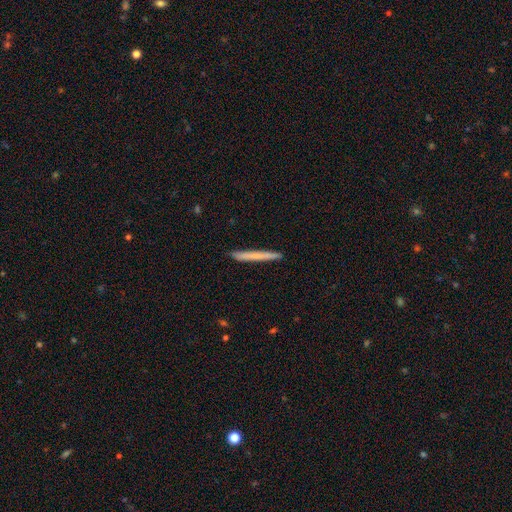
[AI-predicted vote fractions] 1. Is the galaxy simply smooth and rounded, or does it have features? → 66% smooth, 29% featured or disk, 5% star or artifact.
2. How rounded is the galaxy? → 97% cigar-shaped, 2% in between, 1% round.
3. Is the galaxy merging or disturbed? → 92% none, 6% minor disturbance, 1% major disturbance, 1% merger.